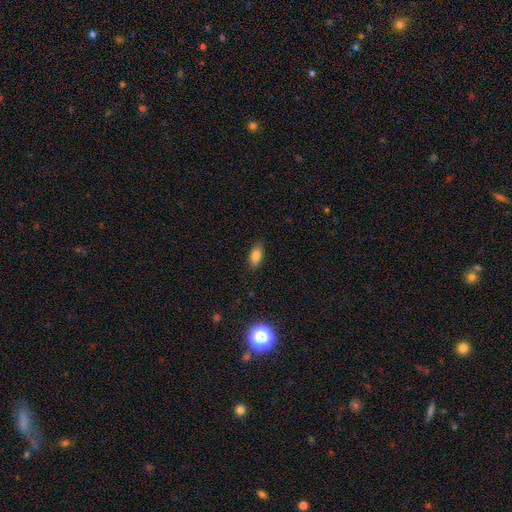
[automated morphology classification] smooth-or-featured: smooth: 82% | star or artifact: 10% | featured or disk: 8%
  how-rounded: in between: 88% | cigar-shaped: 7% | round: 5%
  merging: none: 86% | minor disturbance: 10% | major disturbance: 2% | merger: 1%